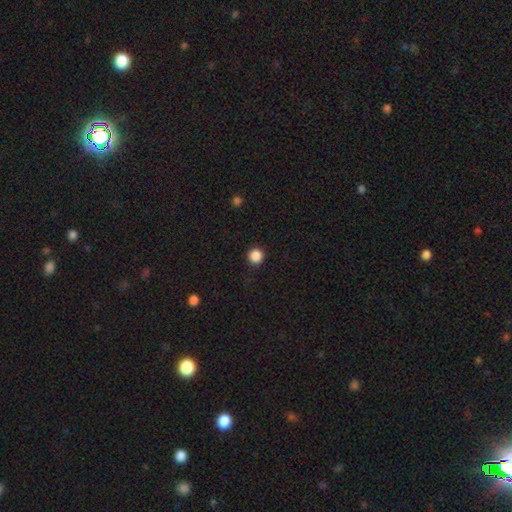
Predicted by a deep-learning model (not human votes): smooth-or-featured: smooth: 87% | star or artifact: 10% | featured or disk: 2%
  how-rounded: round: 96% | in between: 3% | cigar-shaped: 1%
  merging: none: 92% | minor disturbance: 5% | major disturbance: 2% | merger: 1%